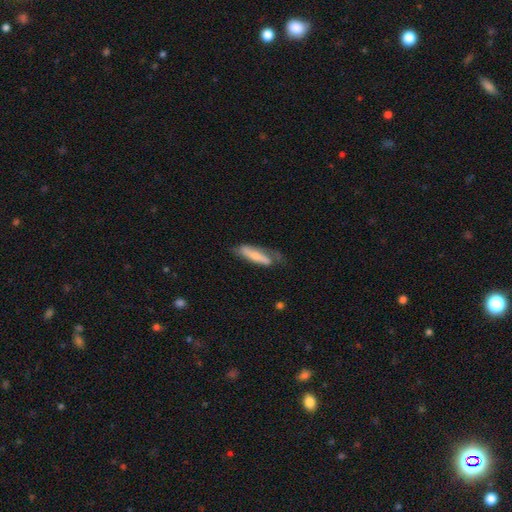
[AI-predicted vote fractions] This is likely a smooth galaxy (64%). How rounded: likely cigar-shaped (68%). Merging: possibly none (46%).